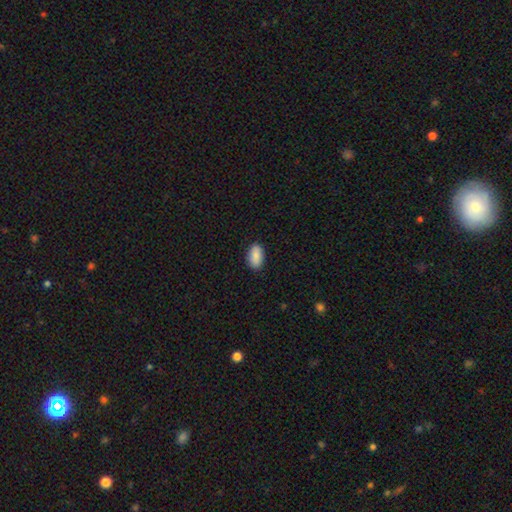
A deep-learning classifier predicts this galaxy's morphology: smooth_or_featured: smooth (p=0.88) [alt: star or artifact p=0.07]
how_rounded: in between (p=0.93) [alt: round p=0.05]
merging: none (p=0.88) [alt: minor disturbance p=0.09]